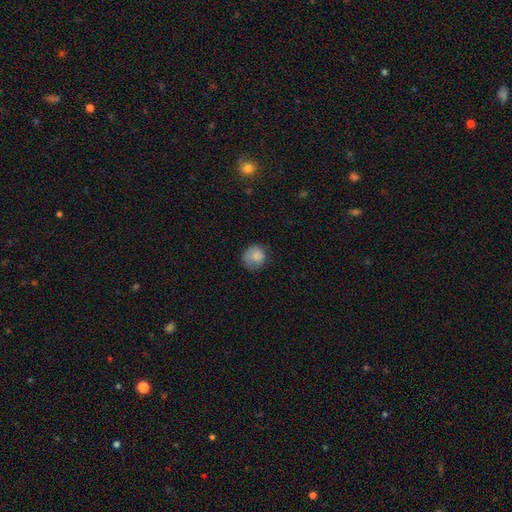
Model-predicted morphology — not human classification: type=smooth (82%); roundness=round (83%); merging=none (67%).